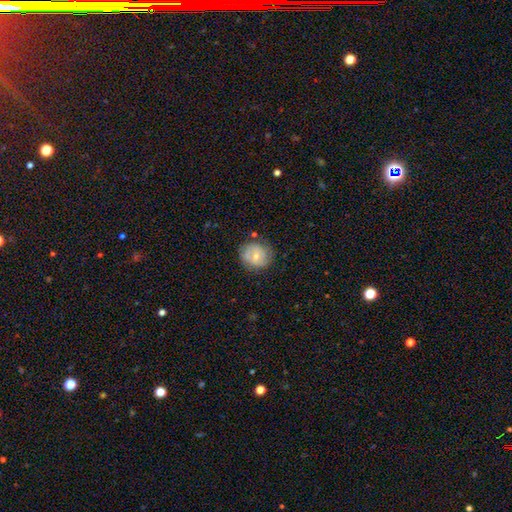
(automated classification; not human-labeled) Smooth or featured?
  - smooth: 57% *
  - featured or disk: 35%
  - star or artifact: 8%
How rounded?
  - round: 82% *
  - in between: 17%
  - cigar-shaped: 1%
Merging?
  - none: 75% *
  - minor disturbance: 18%
  - major disturbance: 5%
  - merger: 3%